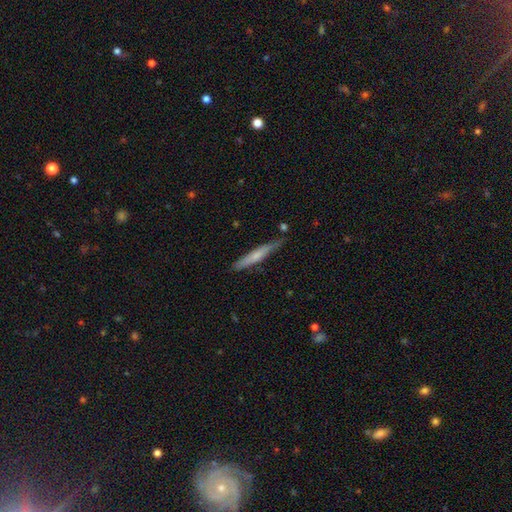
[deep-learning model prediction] Smooth or featured? Predicted: smooth (p=0.56). How rounded? Predicted: cigar-shaped (p=0.94). Merging? Predicted: none (p=0.73).